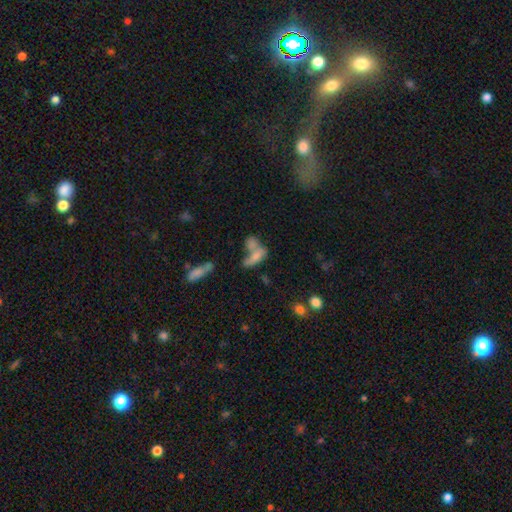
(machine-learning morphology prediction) This is likely a smooth galaxy (62%). How rounded: likely in between (66%). Merging: possibly merger (54%).